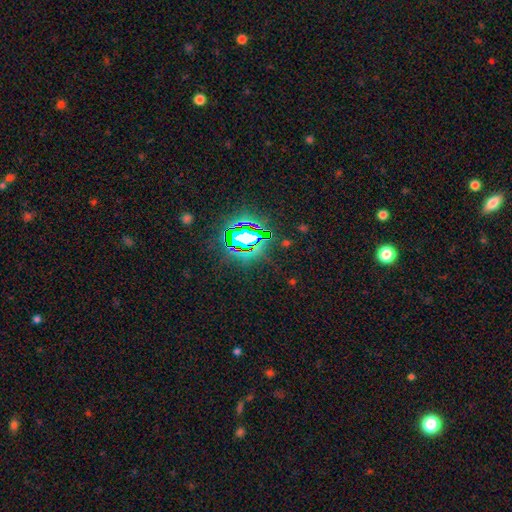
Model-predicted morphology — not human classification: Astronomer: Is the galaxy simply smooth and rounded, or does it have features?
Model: star or artifact — 76%.